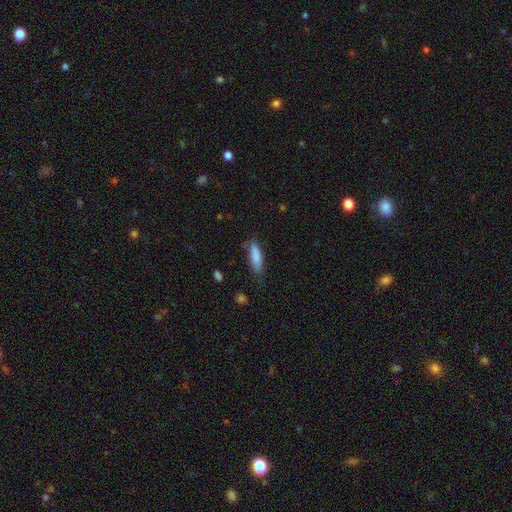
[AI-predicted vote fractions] A smooth galaxy with no disk features (85%) that is cigar-shaped (56%).

Vote fractions:
- Smooth or featured? smooth: 85% / featured or disk: 8% / star or artifact: 6%
- How rounded? cigar-shaped: 56% / in between: 43% / round: 2%
- Merging? none: 76% / minor disturbance: 18% / major disturbance: 4% / merger: 2%